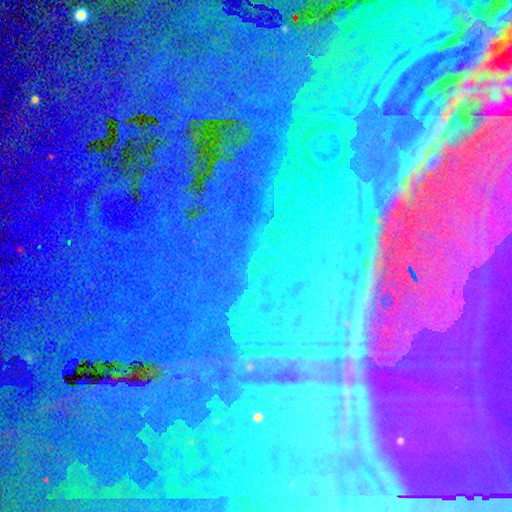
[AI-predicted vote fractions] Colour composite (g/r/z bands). It shows a star or artifact, not a galaxy (83%).